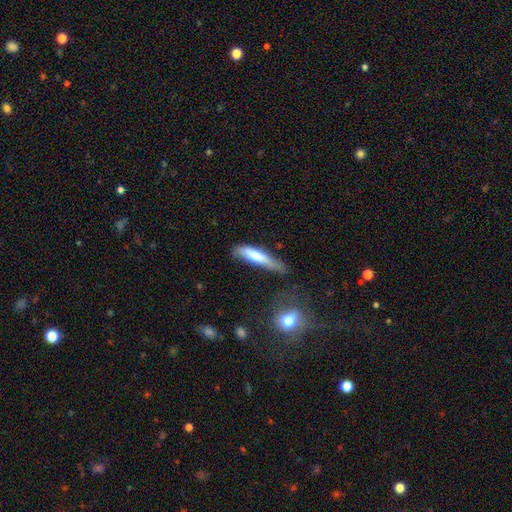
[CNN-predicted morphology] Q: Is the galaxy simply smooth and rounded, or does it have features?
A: smooth — 72%.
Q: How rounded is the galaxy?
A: cigar-shaped — 79%.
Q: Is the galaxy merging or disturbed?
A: none — 45%.